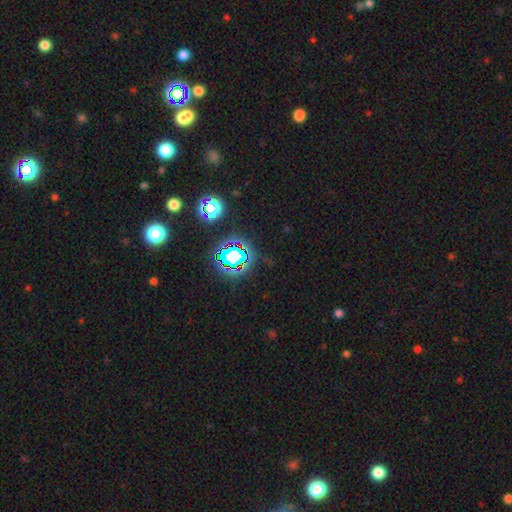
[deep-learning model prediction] This is likely a star or artifact rather than a galaxy (79%).